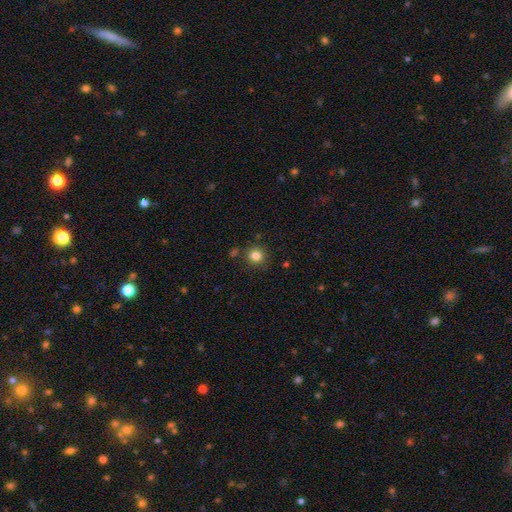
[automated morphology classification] smooth_or_featured: smooth (p=0.83) [alt: star or artifact p=0.12]
how_rounded: round (p=0.91) [alt: in between p=0.08]
merging: none (p=0.85) [alt: minor disturbance p=0.08]